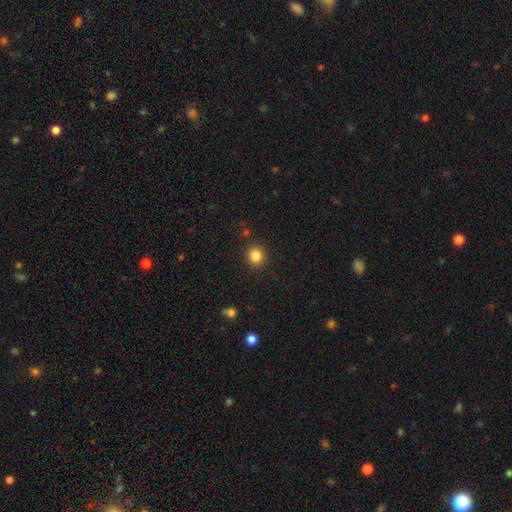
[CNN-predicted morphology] This appears to be a smooth galaxy with no disk features (84%) that is round (86%). Merging: none (90%).